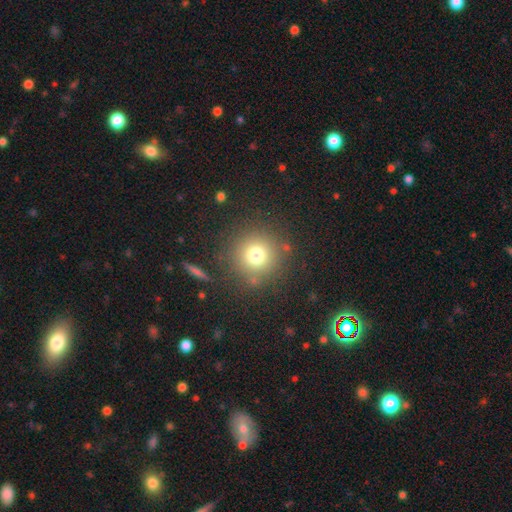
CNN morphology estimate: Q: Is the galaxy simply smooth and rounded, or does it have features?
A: smooth — 57%.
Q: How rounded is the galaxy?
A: round — 95%.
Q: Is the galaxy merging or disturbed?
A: none — 88%.